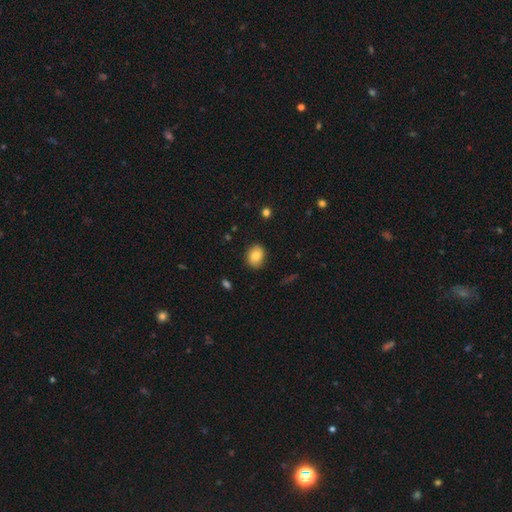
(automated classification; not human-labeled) Smooth or featured: smooth — 81% (featured or disk — 10%)
How rounded: in between — 53% (round — 46%)
Merging: none — 84% (minor disturbance — 12%)